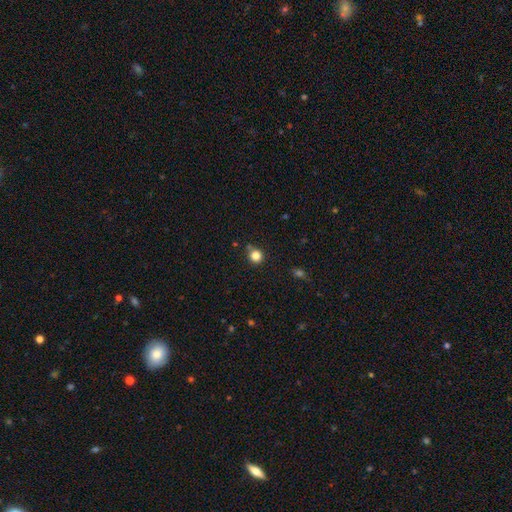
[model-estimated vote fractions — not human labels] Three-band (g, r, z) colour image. It shows a smooth galaxy with no disk features (83%) that is round (92%). Merging: none (78%).